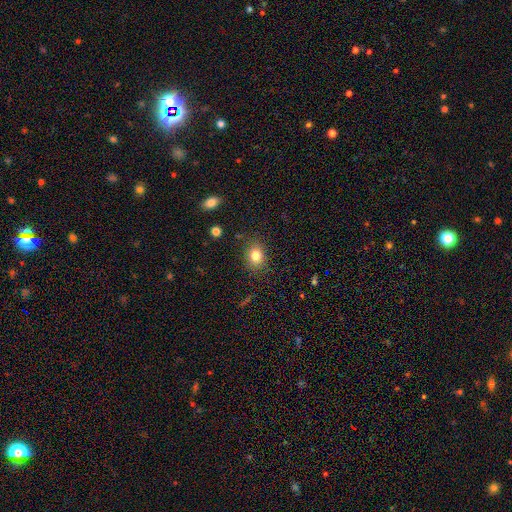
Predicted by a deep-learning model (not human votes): Q: Smooth or featured?
A: smooth (81%); runner-up: star or artifact (11%)
Q: How rounded?
A: in between (52%); runner-up: round (47%)
Q: Merging?
A: none (85%); runner-up: minor disturbance (11%)